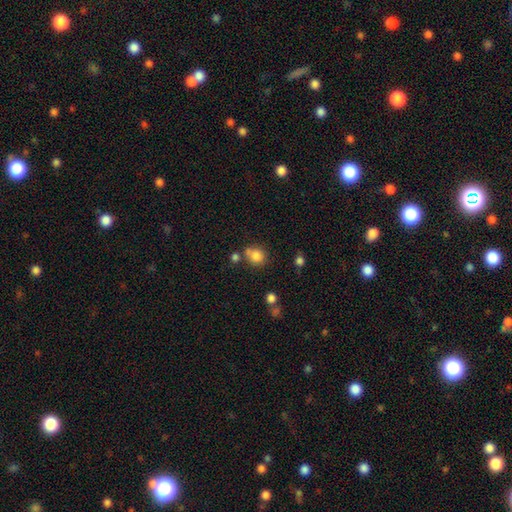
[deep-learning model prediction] This appears to be a smooth galaxy with no disk features (82%) that is round (76%). Merging: none (56%).